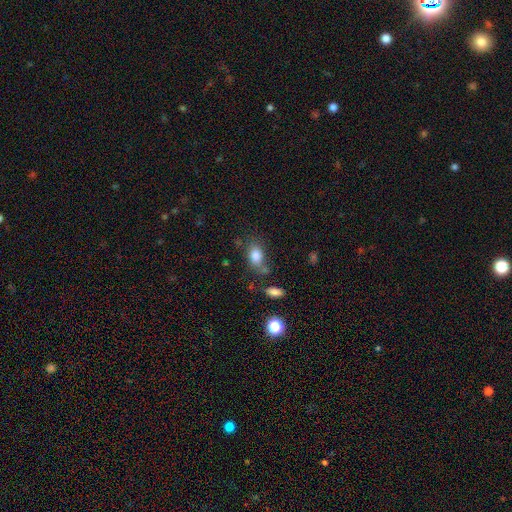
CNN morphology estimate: This appears to be a smooth galaxy with no disk features (82%) that is in between round and cigar-shaped (80%). Merging: none (61%).